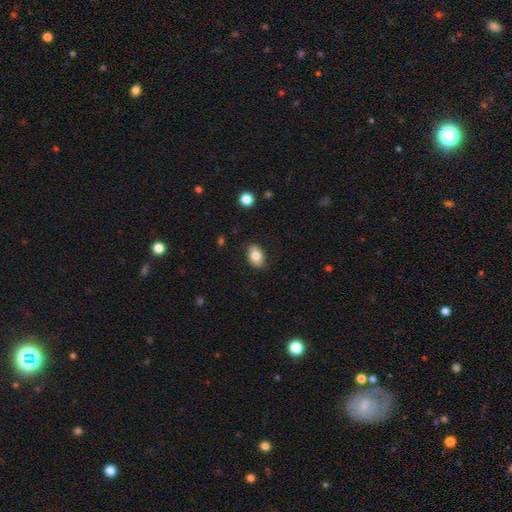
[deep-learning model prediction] A smooth galaxy with no disk features (79%) that is in between round and cigar-shaped (85%).

Vote fractions:
- Smooth or featured? smooth: 79% / featured or disk: 13% / star or artifact: 8%
- How rounded? in between: 85% / round: 14% / cigar-shaped: 1%
- Merging? none: 85% / minor disturbance: 11% / major disturbance: 3% / merger: 1%